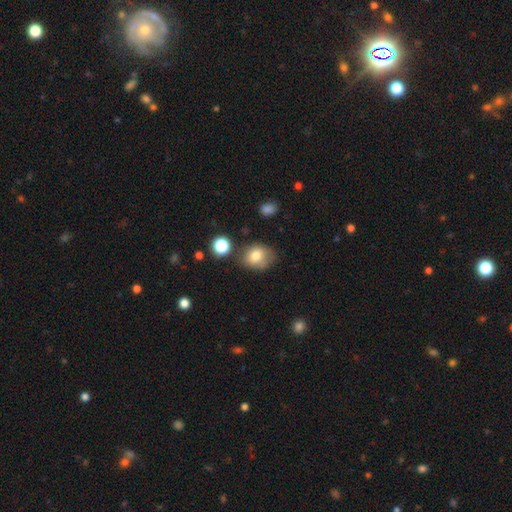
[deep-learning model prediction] Overall: smooth (76%). How rounded: in between (50%; round 49%). Merging: none (63%; minor disturbance 24%).